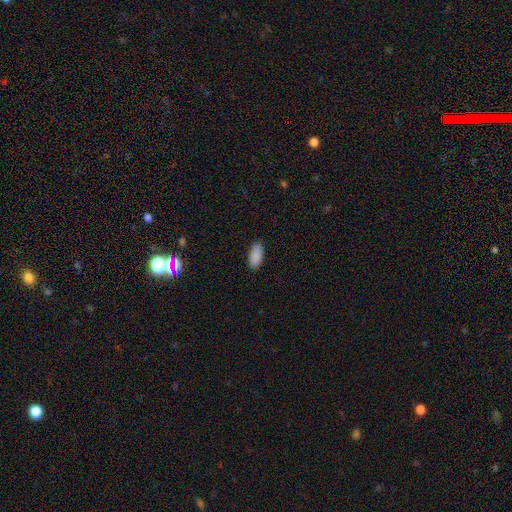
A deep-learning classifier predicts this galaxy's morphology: This appears to be a smooth galaxy with no disk features (90%) that is in between round and cigar-shaped (90%). Merging: none (88%).